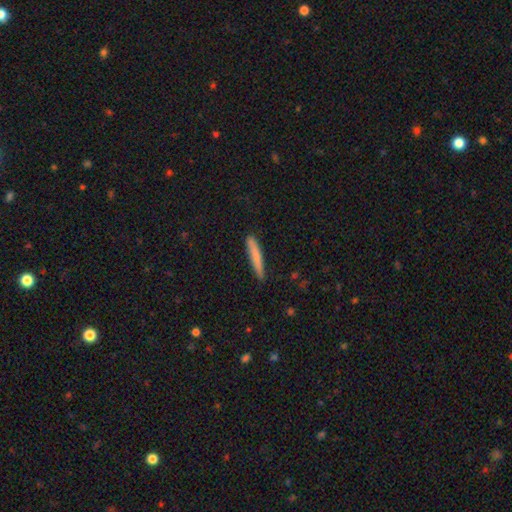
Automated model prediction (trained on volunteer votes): Smooth or featured? Predicted: smooth (p=0.77). How rounded? Predicted: cigar-shaped (p=0.94). Merging? Predicted: none (p=0.84).